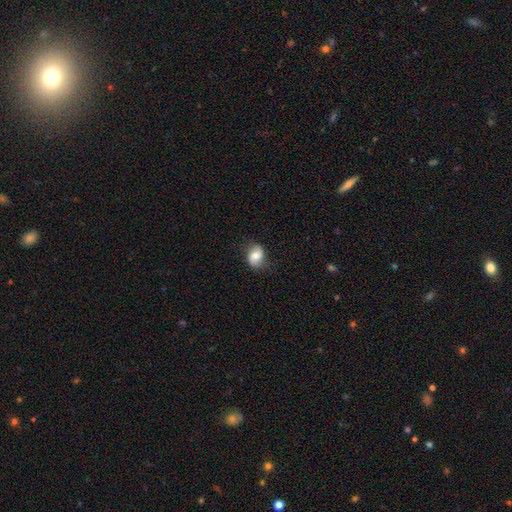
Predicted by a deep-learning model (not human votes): Q: Smooth or featured?
A: smooth (65%); runner-up: featured or disk (26%)
Q: How rounded?
A: in between (66%); runner-up: round (32%)
Q: Merging?
A: none (76%); runner-up: minor disturbance (18%)